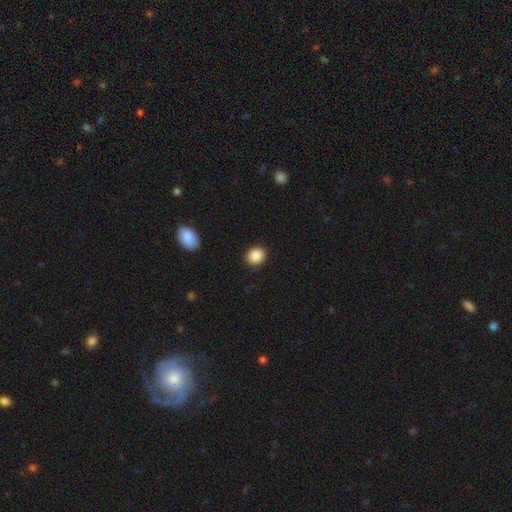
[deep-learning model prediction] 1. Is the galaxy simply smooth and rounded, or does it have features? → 89% smooth, 8% star or artifact, 3% featured or disk.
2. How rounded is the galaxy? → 73% round, 26% in between, 1% cigar-shaped.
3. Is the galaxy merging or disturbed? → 90% none, 6% minor disturbance, 2% major disturbance, 1% merger.